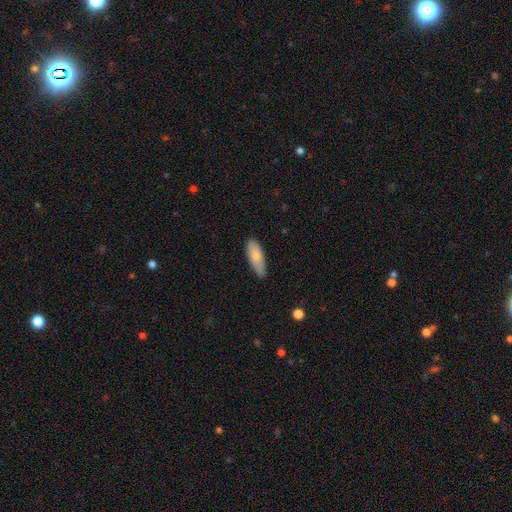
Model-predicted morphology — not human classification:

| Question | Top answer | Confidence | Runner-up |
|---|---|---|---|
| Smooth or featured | smooth | 77% | featured or disk (17%) |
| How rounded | in between | 64% | cigar-shaped (34%) |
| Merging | none | 77% | minor disturbance (19%) |